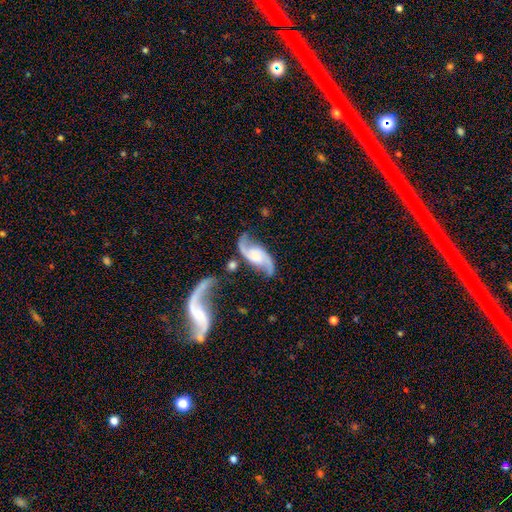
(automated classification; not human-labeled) A featured or disk galaxy (90%) with no bar (54%), 2 (94%) loose (54%) spiral arms (98%) and a moderate central bulge (29%).

Vote fractions:
- Smooth or featured? featured or disk: 90% / smooth: 6% / star or artifact: 4%
- Edge-on disk? no: 96% / yes: 4%
- Bar? no: 54% / weak: 35% / strong: 11%
- Spiral arms? yes: 98% / no: 2%
- Spiral winding? loose: 54% / medium: 37% / tight: 9%
- Spiral arm count? 2: 94% / can't tell: 2% / 1: 1% / 3: 1% / 4: 1% / more than 4: 1%
- Bulge size? moderate: 29% / small: 28% / none: 23% / large: 16% / dominant: 3%
- Merging? none: 69% / minor disturbance: 15% / merger: 9% / major disturbance: 7%